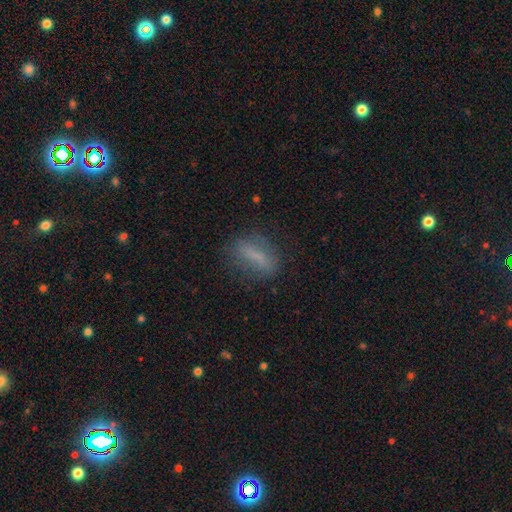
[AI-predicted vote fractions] This is likely a smooth galaxy (65%). How rounded: possibly cigar-shaped (53%). Merging: likely none (78%).